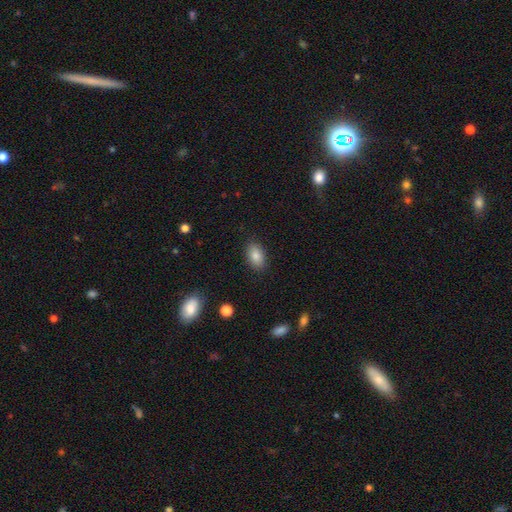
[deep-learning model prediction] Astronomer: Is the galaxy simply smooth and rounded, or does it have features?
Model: smooth — 84%.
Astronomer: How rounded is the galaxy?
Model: in between — 89%.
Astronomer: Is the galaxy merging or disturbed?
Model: none — 87%.